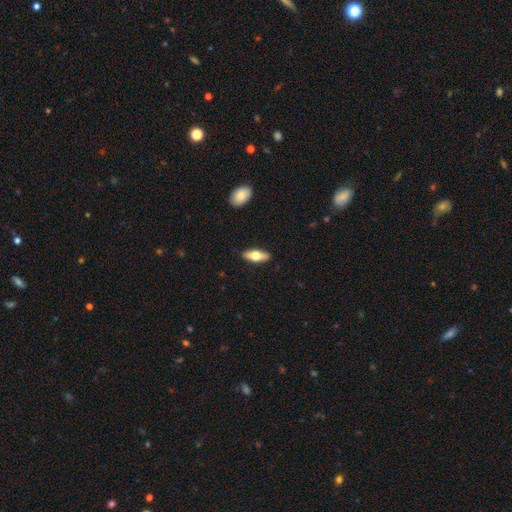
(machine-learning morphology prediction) Q: Smooth or featured?
A: smooth (58%); runner-up: featured or disk (37%)
Q: How rounded?
A: in between (66%); runner-up: cigar-shaped (31%)
Q: Merging?
A: none (89%); runner-up: minor disturbance (8%)